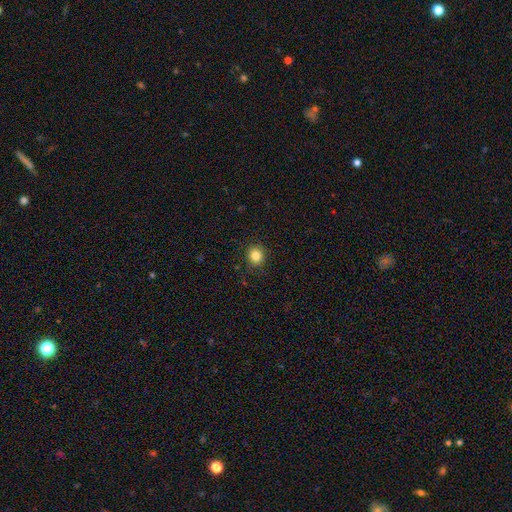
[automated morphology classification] smooth-or-featured: smooth: 84% | star or artifact: 11% | featured or disk: 5%
  how-rounded: round: 86% | in between: 13% | cigar-shaped: 1%
  merging: none: 89% | minor disturbance: 7% | major disturbance: 2% | merger: 1%